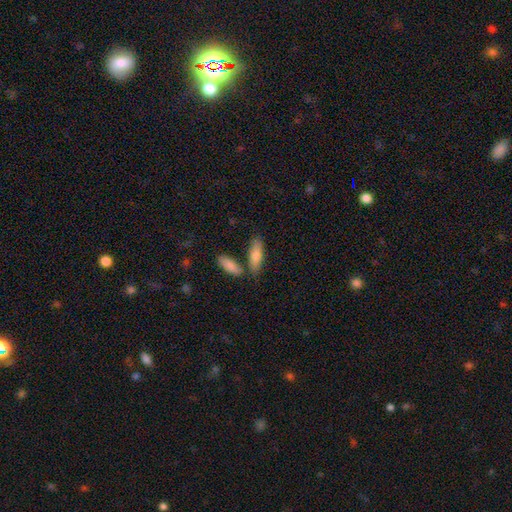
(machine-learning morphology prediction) smooth_or_featured: smooth (p=0.78) [alt: featured or disk p=0.16]
how_rounded: in between (p=0.56) [alt: cigar-shaped p=0.41]
merging: none (p=0.63) [alt: merger p=0.20]